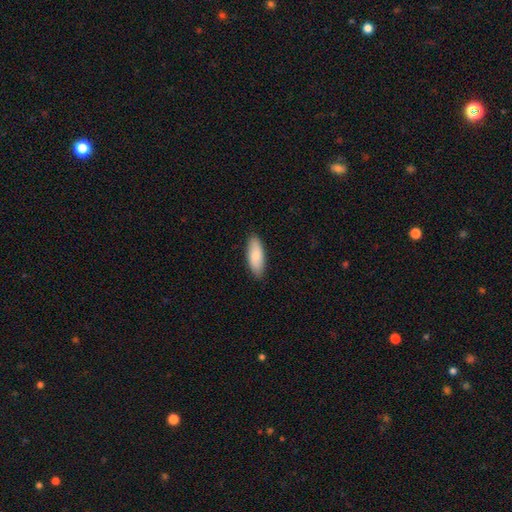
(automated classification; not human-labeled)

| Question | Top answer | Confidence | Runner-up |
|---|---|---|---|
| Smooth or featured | smooth | 83% | featured or disk (12%) |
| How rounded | in between | 74% | cigar-shaped (24%) |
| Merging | none | 86% | minor disturbance (11%) |